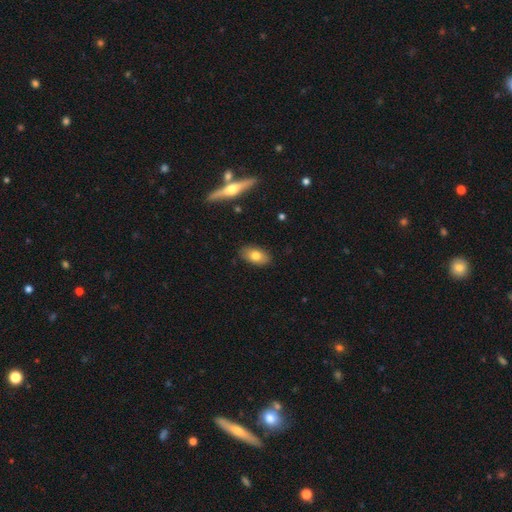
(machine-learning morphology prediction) type=smooth (75%); roundness=in between (90%); merging=none (87%).